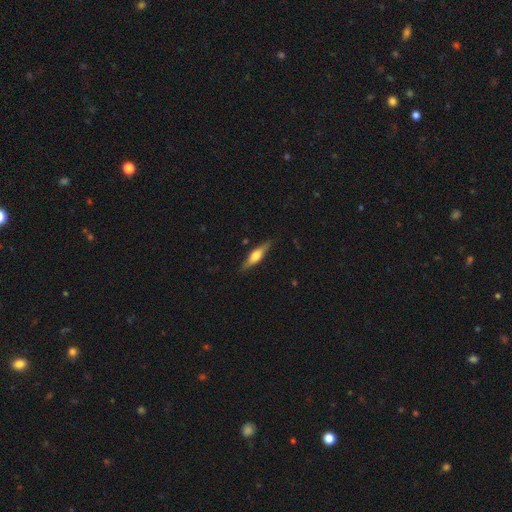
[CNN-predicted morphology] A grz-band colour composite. It shows a featured or disk galaxy (54%) viewed edge-on (94%) with a rounded central bulge (87%). Merging: none (85%).